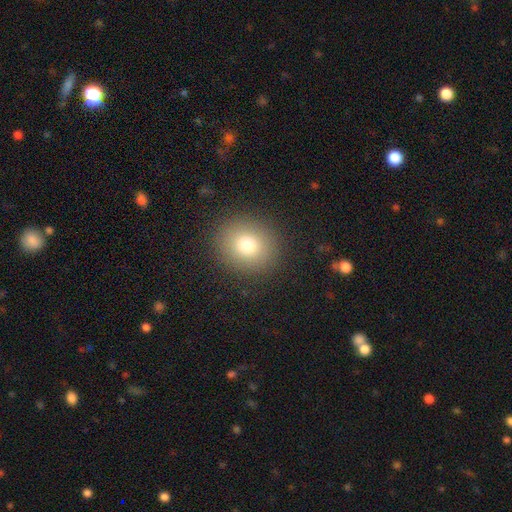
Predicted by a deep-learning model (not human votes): A smooth galaxy with no disk features (74%) that is round (83%).

Vote fractions:
- Smooth or featured? smooth: 74% / star or artifact: 17% / featured or disk: 9%
- How rounded? round: 83% / in between: 16% / cigar-shaped: 1%
- Merging? none: 92% / minor disturbance: 5% / major disturbance: 2% / merger: 1%